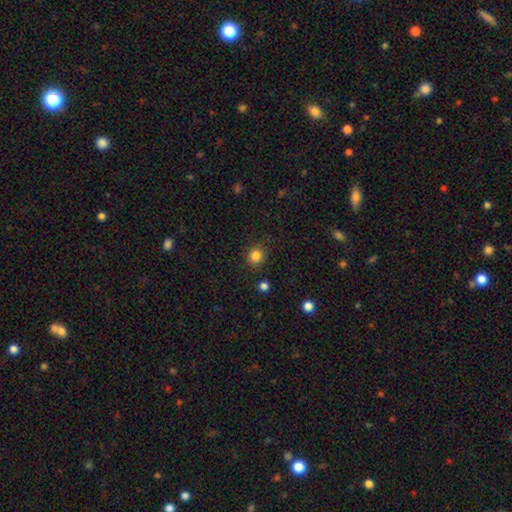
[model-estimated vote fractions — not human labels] This appears to be a smooth galaxy with no disk features (84%) that is round (85%). Merging: none (88%).